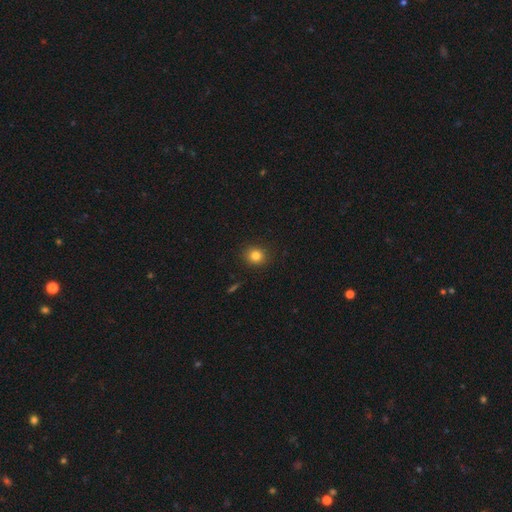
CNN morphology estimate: Smooth or featured? Predicted: smooth (p=0.82). How rounded? Predicted: round (p=0.82). Merging? Predicted: none (p=0.90).